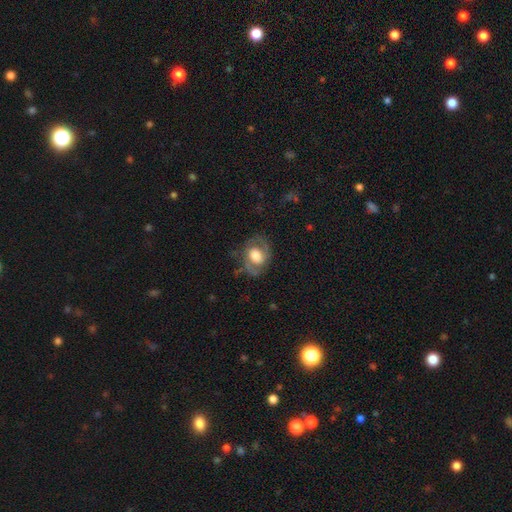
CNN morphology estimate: Q: Smooth or featured?
A: featured or disk (61%); runner-up: smooth (32%)
Q: Edge-on disk?
A: no (96%); runner-up: yes (4%)
Q: Bar?
A: no (55%); runner-up: weak (35%)
Q: Spiral arms?
A: yes (75%); runner-up: no (25%)
Q: Bulge size?
A: large (51%); runner-up: moderate (35%)
Q: Merging?
A: none (66%); runner-up: minor disturbance (20%)